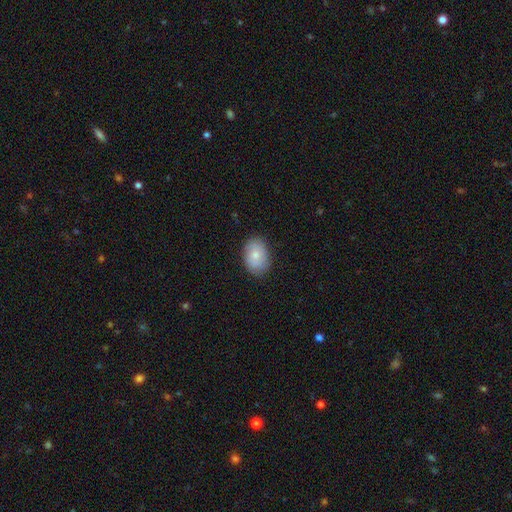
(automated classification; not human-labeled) A smooth galaxy with no disk features (78%) that is in between round and cigar-shaped (80%). Merging: none (82%).